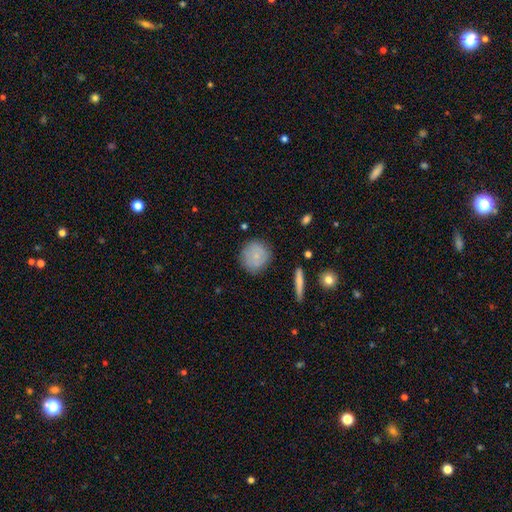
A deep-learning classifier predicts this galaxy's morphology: The model was most divided on "smooth or featured": smooth: 71%, featured or disk: 22%, star or artifact: 7%. More confident: how rounded — round (89%); merging — none (80%).